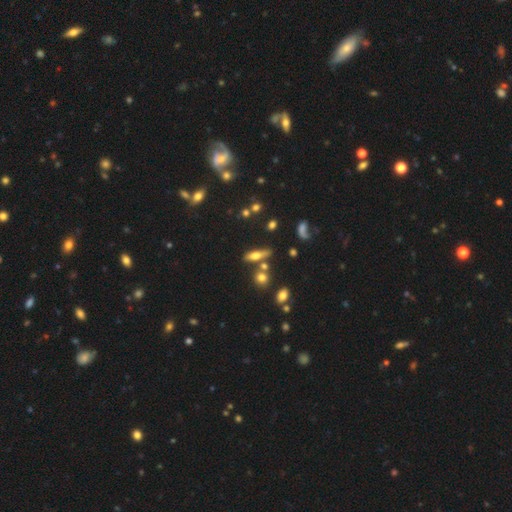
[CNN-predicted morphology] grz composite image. It shows a smooth galaxy with no disk features (49%). Merging: none (61%).